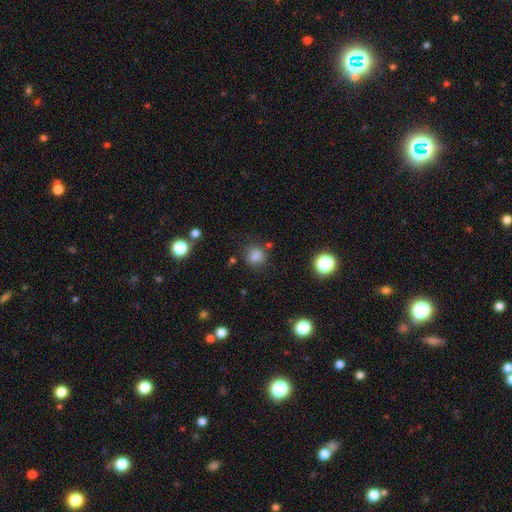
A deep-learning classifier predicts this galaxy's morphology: type=smooth (81%); roundness=round (83%); merging=none (78%).